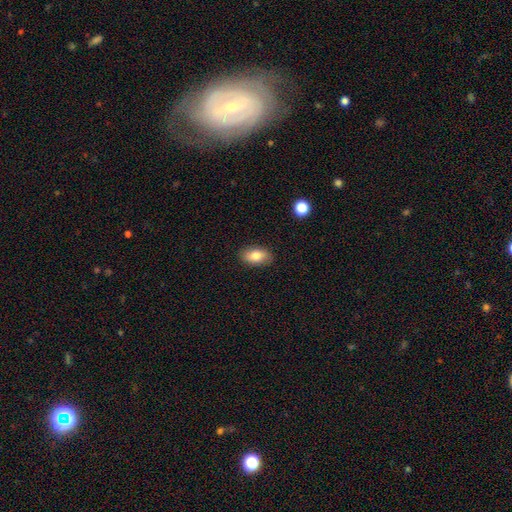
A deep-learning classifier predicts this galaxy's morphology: This is clearly a smooth galaxy (82%). How rounded: clearly in between (91%). Merging: clearly none (87%).